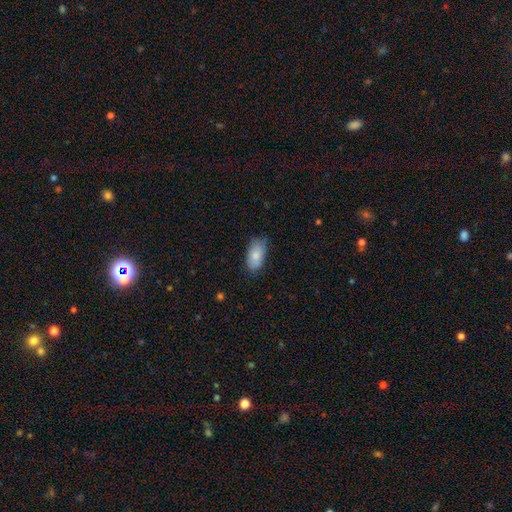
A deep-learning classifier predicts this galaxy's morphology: Smooth or featured?
  - smooth: 84% *
  - featured or disk: 10%
  - star or artifact: 6%
How rounded?
  - in between: 94% *
  - cigar-shaped: 3%
  - round: 3%
Merging?
  - none: 72% *
  - minor disturbance: 23%
  - major disturbance: 4%
  - merger: 1%